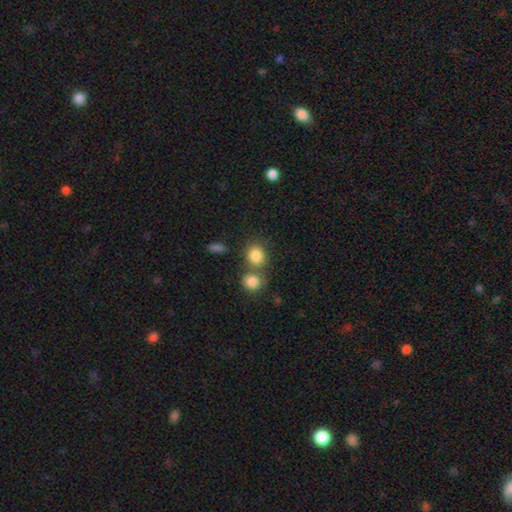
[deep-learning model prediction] A smooth galaxy with no disk features (84%) that is round (65%).

Vote fractions:
- Smooth or featured? smooth: 84% / star or artifact: 9% / featured or disk: 7%
- How rounded? round: 65% / in between: 34% / cigar-shaped: 1%
- Merging? none: 53% / merger: 34% / minor disturbance: 10% / major disturbance: 4%